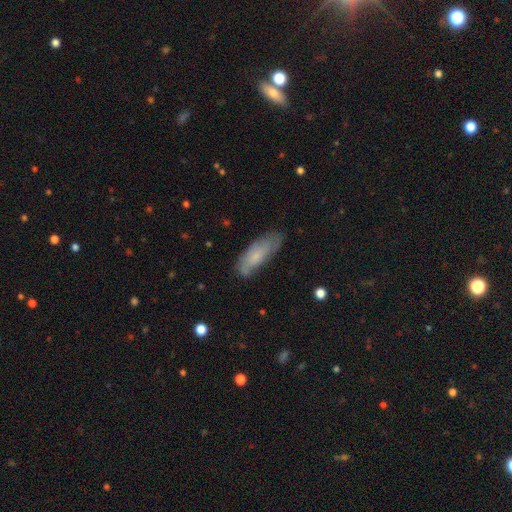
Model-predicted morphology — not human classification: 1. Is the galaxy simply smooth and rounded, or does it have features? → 56% smooth, 37% featured or disk, 7% star or artifact.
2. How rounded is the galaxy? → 63% in between, 35% cigar-shaped, 2% round.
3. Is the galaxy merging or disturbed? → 67% none, 25% minor disturbance, 6% major disturbance, 2% merger.